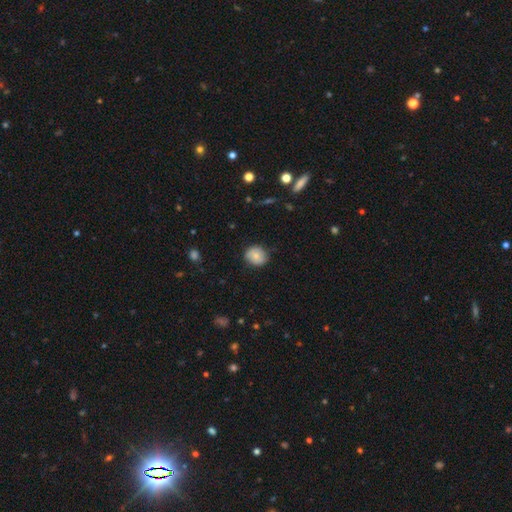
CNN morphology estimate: This is likely a smooth galaxy (74%). How rounded: likely round (76%). Merging: likely none (77%).